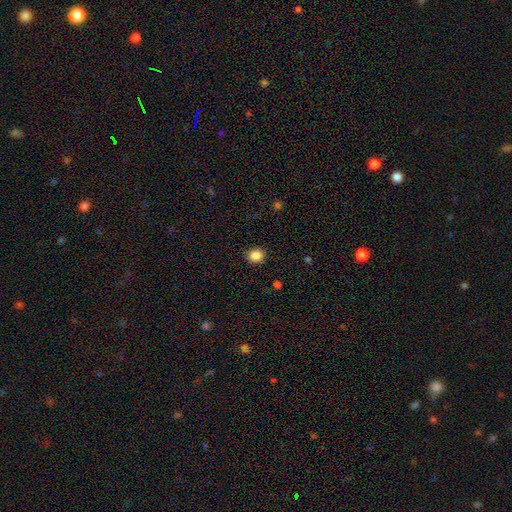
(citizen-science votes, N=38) Smooth or featured?
  - smooth: 87% *
  - featured or disk: 8%
  - star or artifact: 5%
How rounded?
  - round: 76% *
  - in between: 24%
  - cigar-shaped: 0%
Merging?
  - none: 94% *
  - minor disturbance: 6%
  - major disturbance: 0%
  - merger: 0%